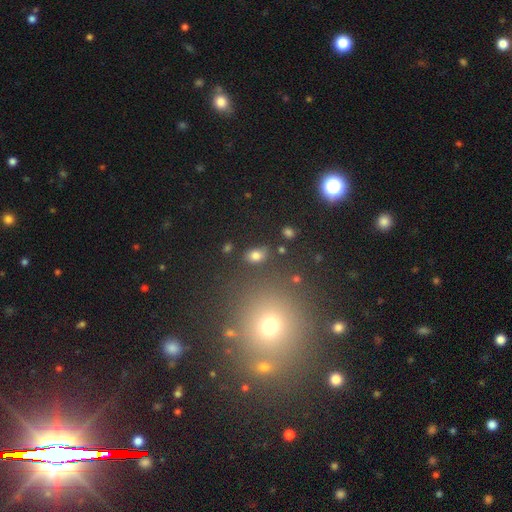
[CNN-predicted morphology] This appears to be a smooth galaxy with no disk features (79%) that is in between round and cigar-shaped (85%). Merging: none (81%).